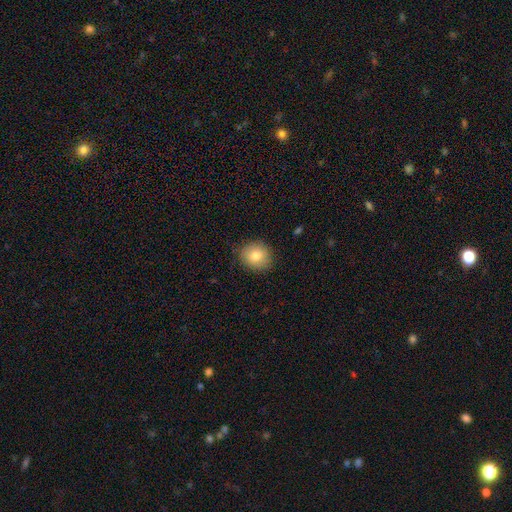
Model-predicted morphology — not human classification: The model was most divided on "how rounded": round: 76%, in between: 23%, cigar-shaped: 1%. More confident: merging — none (86%); smooth or featured — smooth (81%).